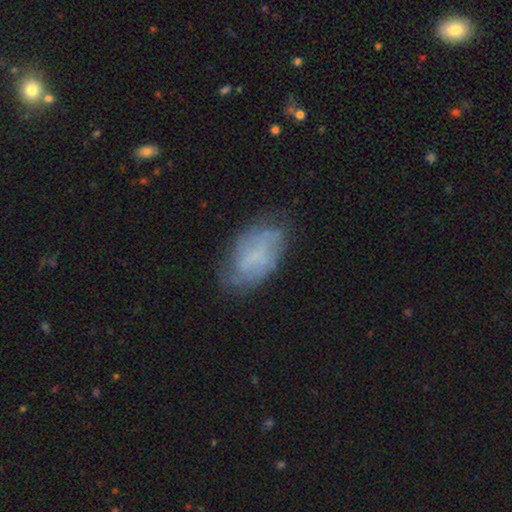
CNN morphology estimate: Smooth or featured? featured or disk (47%)
Merging? none (61%)